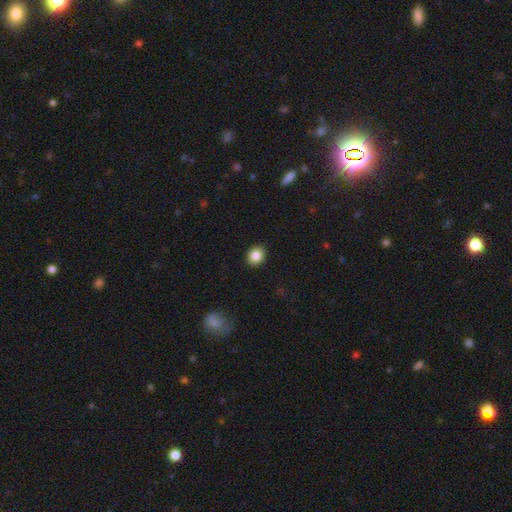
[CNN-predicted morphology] Overall: smooth (86%). How rounded: round (65%; in between 34%). Merging: none (91%).